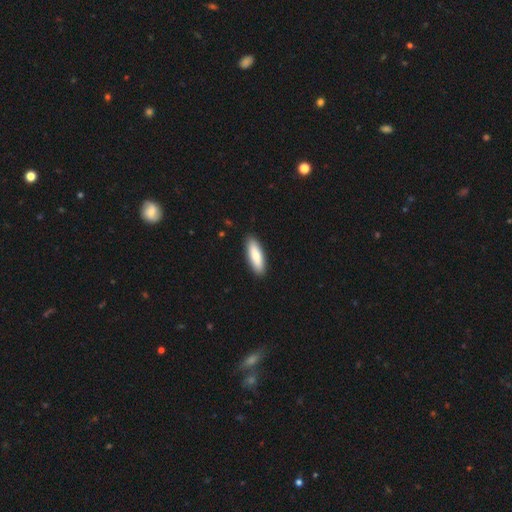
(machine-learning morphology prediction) Smooth or featured: smooth — 83% (featured or disk — 12%)
How rounded: cigar-shaped — 50% (in between — 48%)
Merging: none — 90% (minor disturbance — 8%)